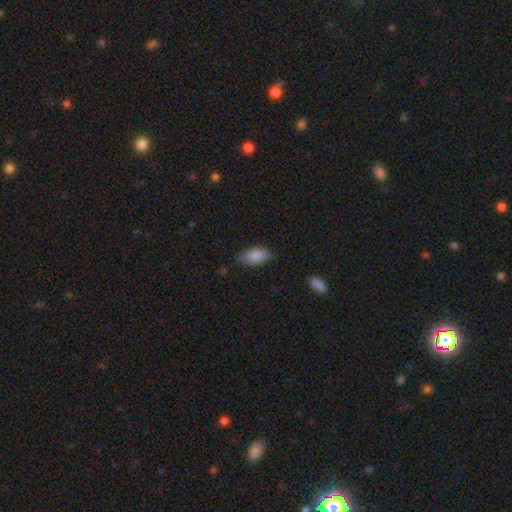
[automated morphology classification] The model was most divided on "merging": none: 77%, minor disturbance: 18%, major disturbance: 4%, merger: 1%. More confident: how rounded — in between (93%); smooth or featured — smooth (87%).